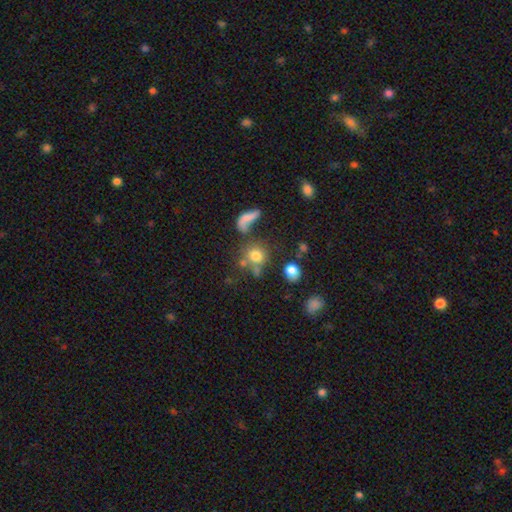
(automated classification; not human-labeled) smooth_or_featured: smooth (p=0.73) [alt: star or artifact p=0.14]
how_rounded: round (p=0.79) [alt: in between p=0.18]
merging: none (p=0.51) [alt: merger p=0.25]